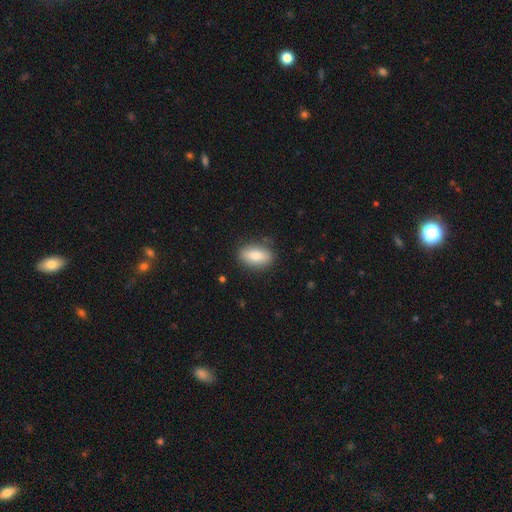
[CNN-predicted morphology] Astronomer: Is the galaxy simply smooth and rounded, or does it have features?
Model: smooth — 85%.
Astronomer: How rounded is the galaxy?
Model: in between — 88%.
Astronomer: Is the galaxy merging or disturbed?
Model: none — 84%.